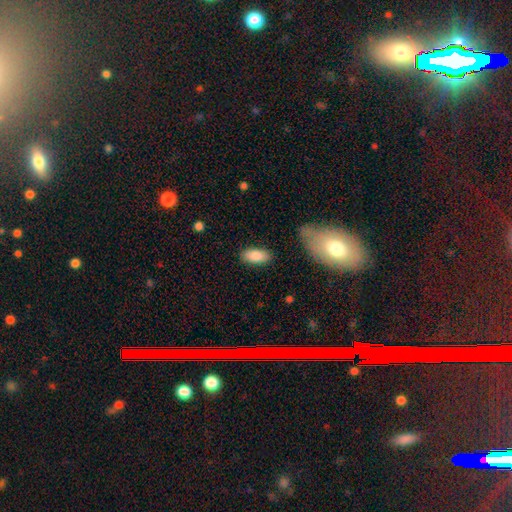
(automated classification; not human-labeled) Smooth or featured: smooth — 86% (featured or disk — 7%)
How rounded: in between — 89% (cigar-shaped — 9%)
Merging: none — 85% (minor disturbance — 10%)